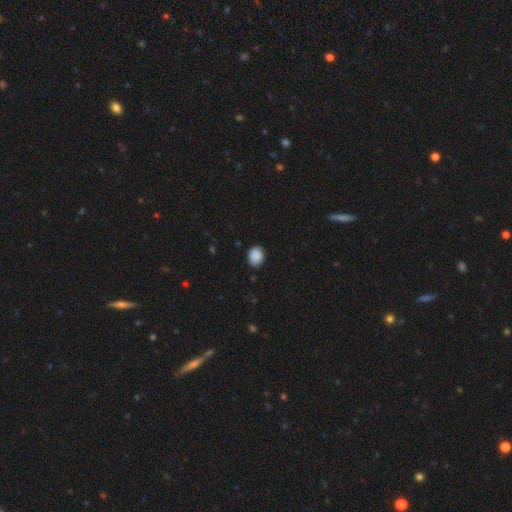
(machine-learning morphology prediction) Smooth or featured?
  - smooth: 89% *
  - star or artifact: 8%
  - featured or disk: 3%
How rounded?
  - round: 52% *
  - in between: 47%
  - cigar-shaped: 1%
Merging?
  - none: 85% *
  - minor disturbance: 11%
  - major disturbance: 2%
  - merger: 1%